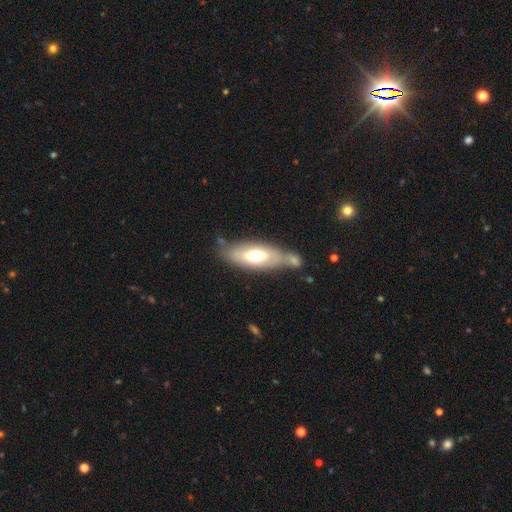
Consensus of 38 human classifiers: featured or disk 61%, smooth 37%, star or artifact 3%. Down the decision tree: edge-on disk — no (74%); bar — no (76%); spiral arms — no (88%); bulge size — moderate (76%); merging — none (43%).